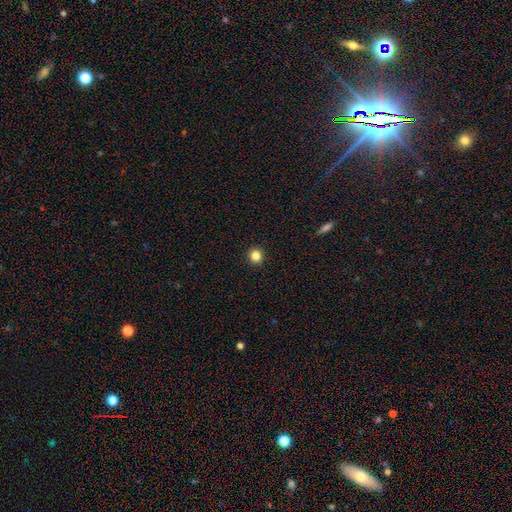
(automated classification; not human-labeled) Smooth or featured?
  - smooth: 83% *
  - star or artifact: 12%
  - featured or disk: 5%
How rounded?
  - round: 95% *
  - in between: 4%
  - cigar-shaped: 1%
Merging?
  - none: 94% *
  - minor disturbance: 4%
  - major disturbance: 1%
  - merger: 1%